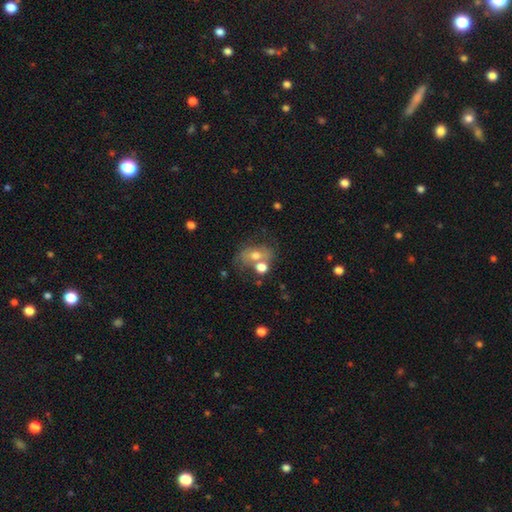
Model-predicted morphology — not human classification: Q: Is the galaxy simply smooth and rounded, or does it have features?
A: smooth — 47%.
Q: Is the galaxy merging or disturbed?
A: none — 43%.